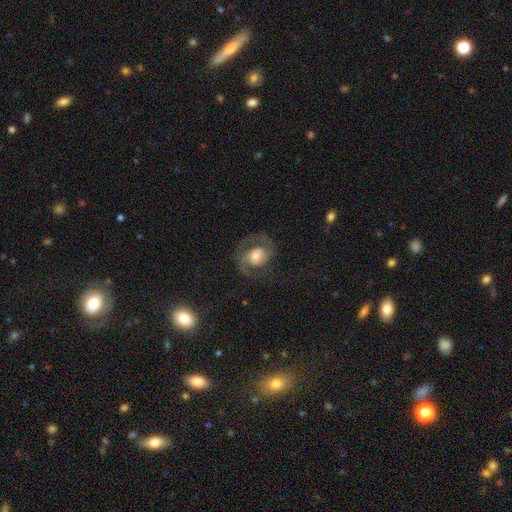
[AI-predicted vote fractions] Overall: featured or disk (77%). Edge-on disk: no (98%). Bar: no (62%; weak 30%). Spiral arms: yes (92%). Spiral arm count: 2 (84%). Spiral winding: medium (53%; tight 24%). Bulge size: moderate (56%; small 22%). Merging: none (62%).